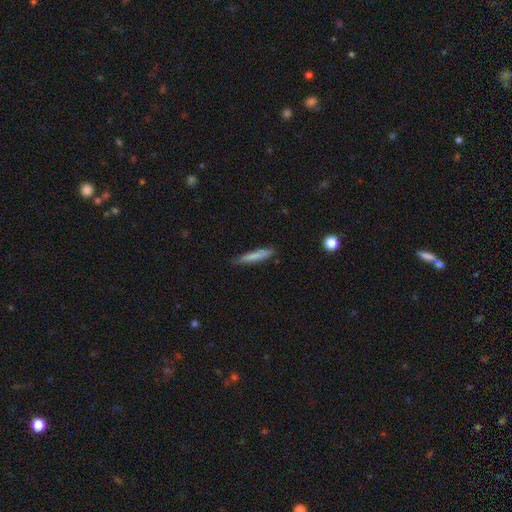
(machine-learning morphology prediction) A smooth galaxy with no disk features (78%) that is cigar-shaped (92%).

Vote fractions:
- Smooth or featured? smooth: 78% / featured or disk: 16% / star or artifact: 6%
- How rounded? cigar-shaped: 92% / in between: 6% / round: 1%
- Merging? none: 84% / minor disturbance: 13% / major disturbance: 2% / merger: 1%